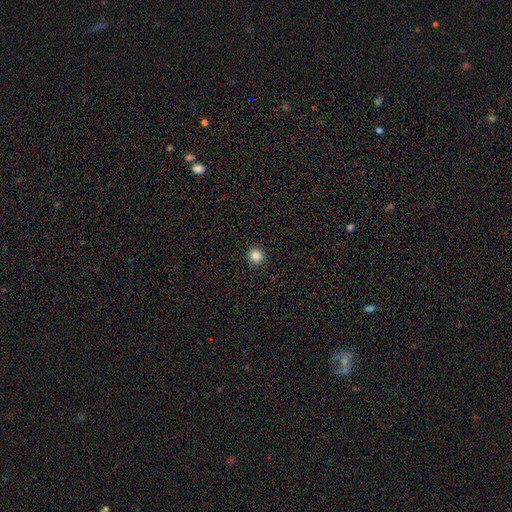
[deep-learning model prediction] A smooth galaxy with no disk features (85%) that is round (94%).

Vote fractions:
- Smooth or featured? smooth: 85% / star or artifact: 11% / featured or disk: 4%
- How rounded? round: 94% / in between: 5% / cigar-shaped: 1%
- Merging? none: 93% / minor disturbance: 5% / major disturbance: 2% / merger: 1%